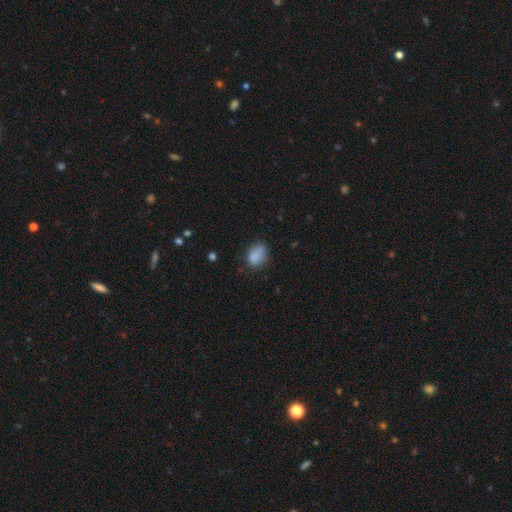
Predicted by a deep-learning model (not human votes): The model was most divided on "merging": none: 55%, minor disturbance: 31%, major disturbance: 10%, merger: 3%. More confident: smooth or featured — smooth (82%); how rounded — in between (78%).